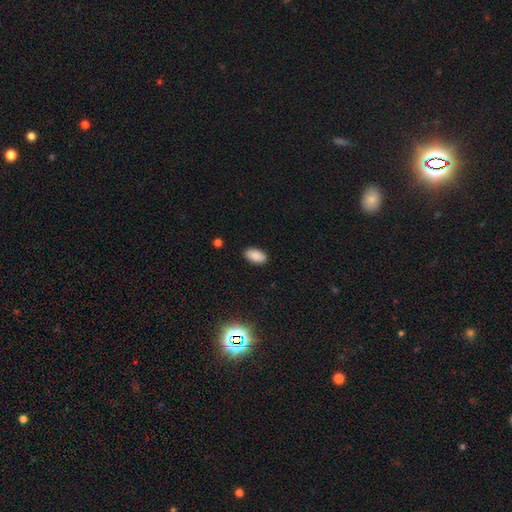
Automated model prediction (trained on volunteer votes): This appears to be a smooth galaxy with no disk features (87%) that is in between round and cigar-shaped (94%). Merging: none (89%).